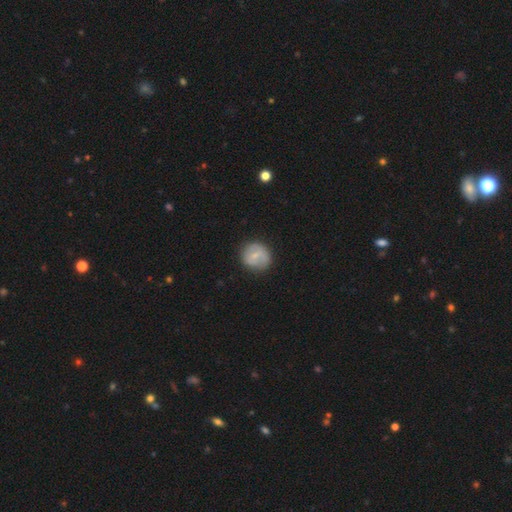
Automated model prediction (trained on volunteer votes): Q: Smooth or featured?
A: smooth (59%); runner-up: featured or disk (34%)
Q: How rounded?
A: round (87%); runner-up: in between (12%)
Q: Merging?
A: none (79%); runner-up: minor disturbance (15%)